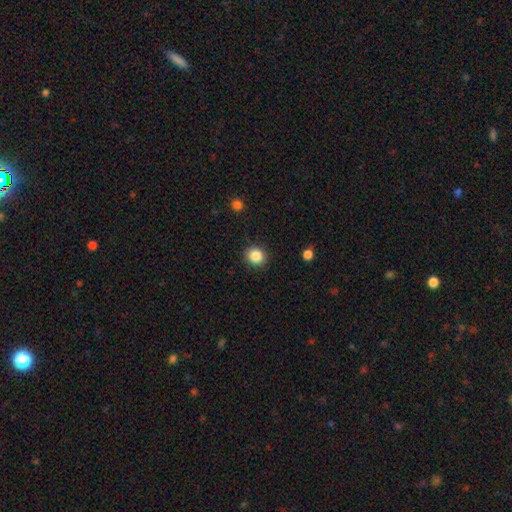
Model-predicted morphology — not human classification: type=smooth (86%); roundness=round (82%); merging=none (89%).